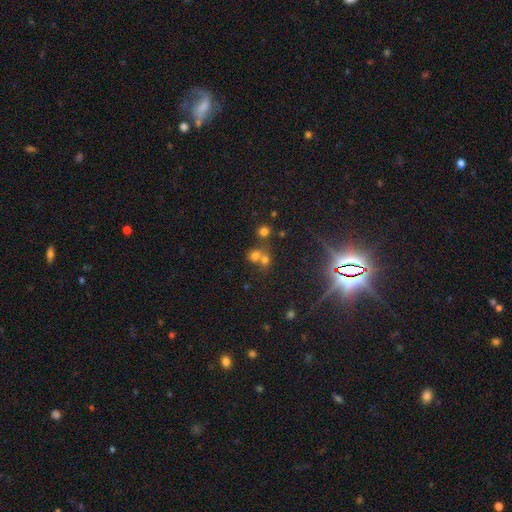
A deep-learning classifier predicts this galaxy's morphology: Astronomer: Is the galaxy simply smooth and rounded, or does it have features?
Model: smooth — 62%.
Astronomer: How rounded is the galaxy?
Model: round — 78%.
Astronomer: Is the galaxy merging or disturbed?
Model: merger — 48% (runner-up: none, 41%).